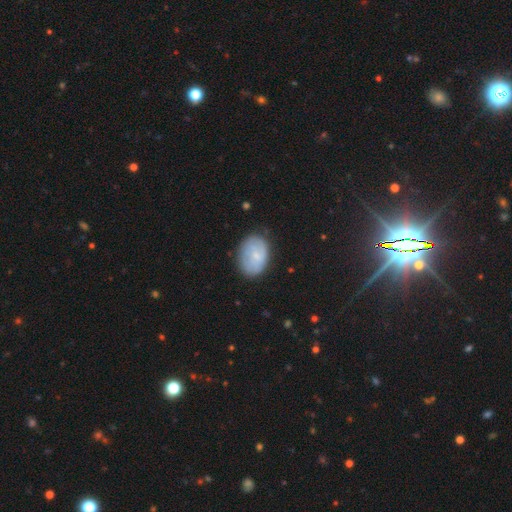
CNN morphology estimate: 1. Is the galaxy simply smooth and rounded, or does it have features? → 60% smooth, 33% featured or disk, 7% star or artifact.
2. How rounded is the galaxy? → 80% in between, 19% round, 1% cigar-shaped.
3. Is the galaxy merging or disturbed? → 76% none, 18% minor disturbance, 5% major disturbance, 1% merger.